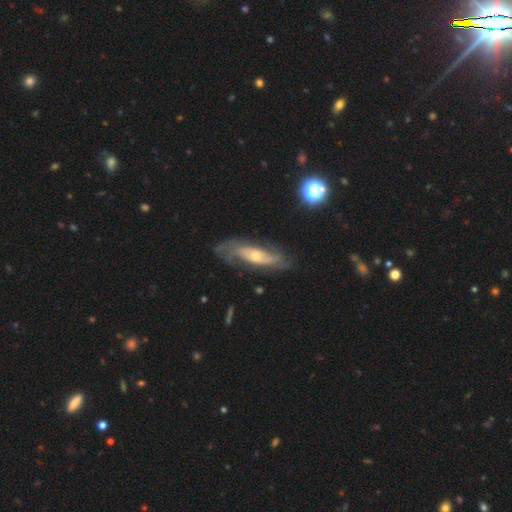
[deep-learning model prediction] Q: Smooth or featured?
A: featured or disk (73%); runner-up: smooth (20%)
Q: Edge-on disk?
A: no (72%); runner-up: yes (28%)
Q: Bar?
A: no (64%); runner-up: weak (28%)
Q: Spiral arms?
A: yes (83%); runner-up: no (17%)
Q: Bulge size?
A: moderate (48%); runner-up: small (45%)
Q: Merging?
A: none (65%); runner-up: minor disturbance (22%)